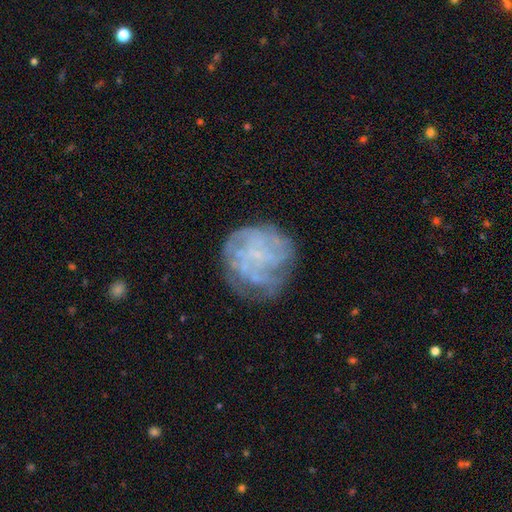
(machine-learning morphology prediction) The model was most divided on "bulge size": none: 56%, small: 35%, moderate: 7%, large: 1%, dominant: 1%. More confident: edge-on disk — no (98%); bar — no (77%); spiral arms — yes (66%); merging — none (65%); smooth or featured — featured or disk (63%).